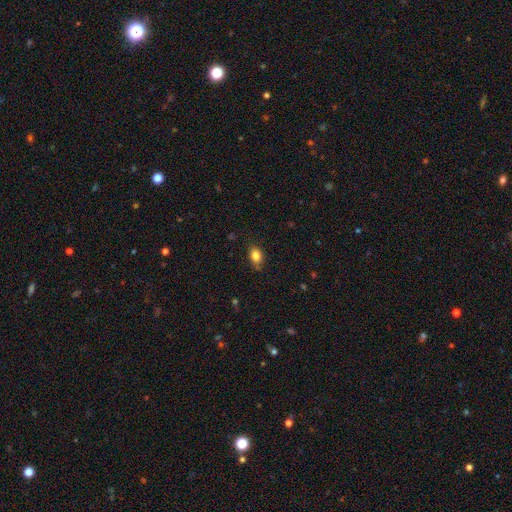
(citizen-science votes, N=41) Morphology: type=smooth (78%); roundness=in between (81%); merging=none (76%).